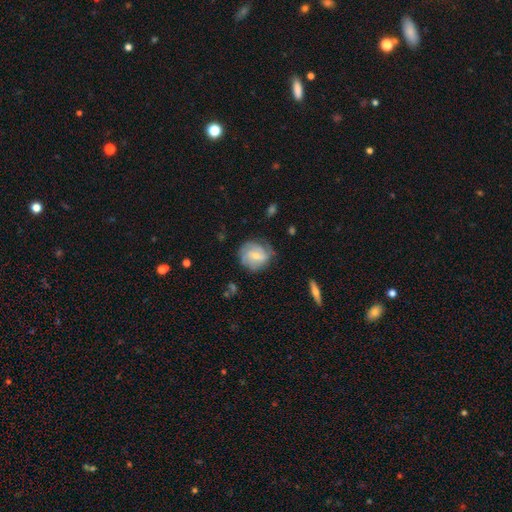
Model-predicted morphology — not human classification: Smooth or featured: featured or disk — 65% (smooth — 29%)
Edge-on disk: no — 97% (yes — 3%)
Bar: no — 45% (tied with weak — 45%)
Spiral arms: yes — 89% (no — 11%)
Spiral winding: tight — 51% (medium — 36%)
Spiral arm count: can't tell — 33% (3 — 26%)
Bulge size: small — 56% (moderate — 37%)
Merging: none — 69% (minor disturbance — 21%)